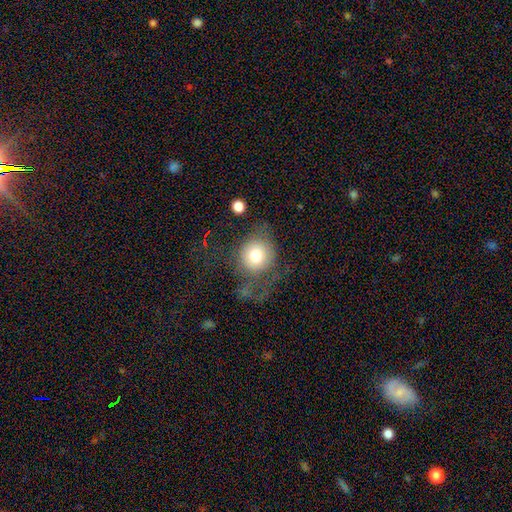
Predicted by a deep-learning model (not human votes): smooth_or_featured: smooth (p=0.73) [alt: featured or disk p=0.18]
how_rounded: round (p=0.83) [alt: in between p=0.16]
merging: none (p=0.45) [alt: major disturbance p=0.32]